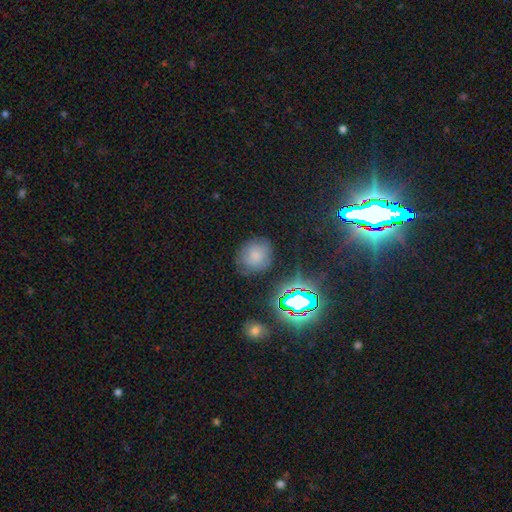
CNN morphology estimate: type=smooth (67%); roundness=round (76%); merging=none (75%).